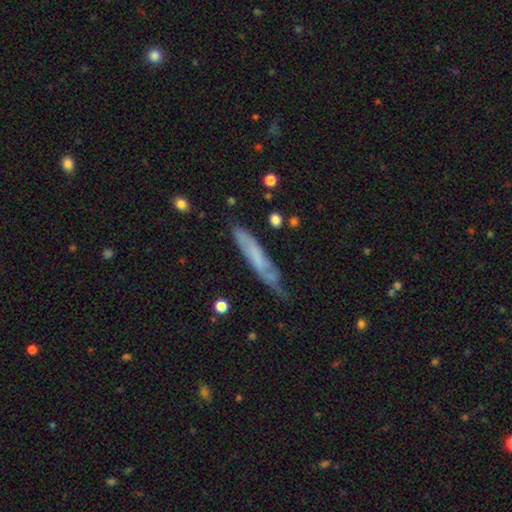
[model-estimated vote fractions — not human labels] smooth-or-featured: smooth: 49% | featured or disk: 43% | star or artifact: 8%
  merging: none: 58% | minor disturbance: 30% | major disturbance: 9% | merger: 3%